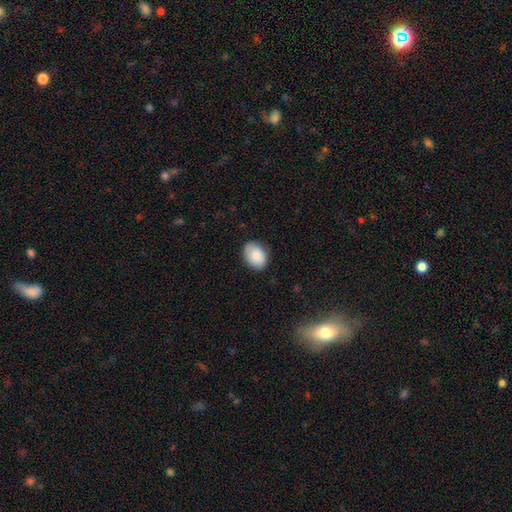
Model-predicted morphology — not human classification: Smooth or featured: smooth — 83% (featured or disk — 10%)
How rounded: in between — 74% (round — 25%)
Merging: none — 83% (minor disturbance — 13%)